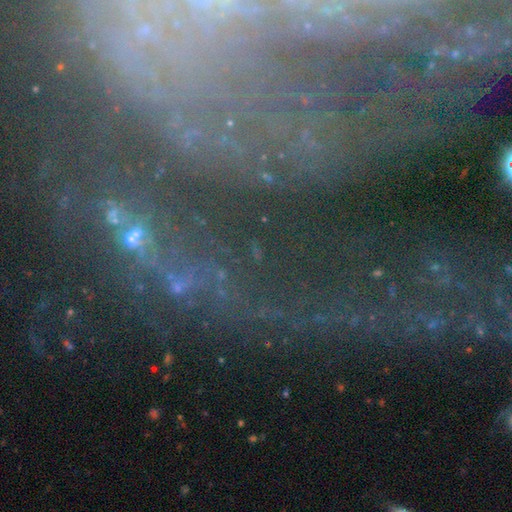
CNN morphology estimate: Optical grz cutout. It shows a star or artifact, not a galaxy (59%).